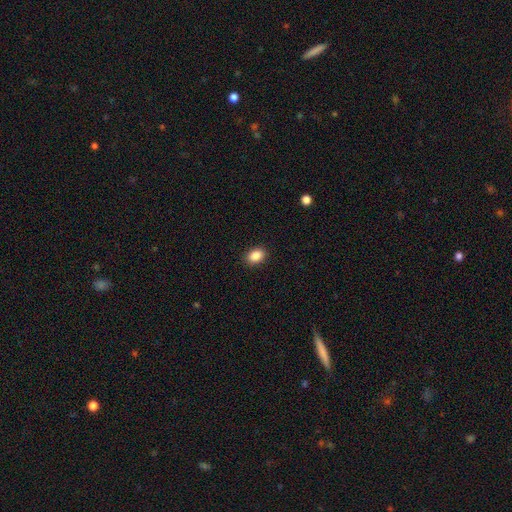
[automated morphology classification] smooth-or-featured: smooth: 88% | star or artifact: 9% | featured or disk: 3%
  how-rounded: in between: 71% | round: 28% | cigar-shaped: 1%
  merging: none: 90% | minor disturbance: 7% | major disturbance: 2% | merger: 1%